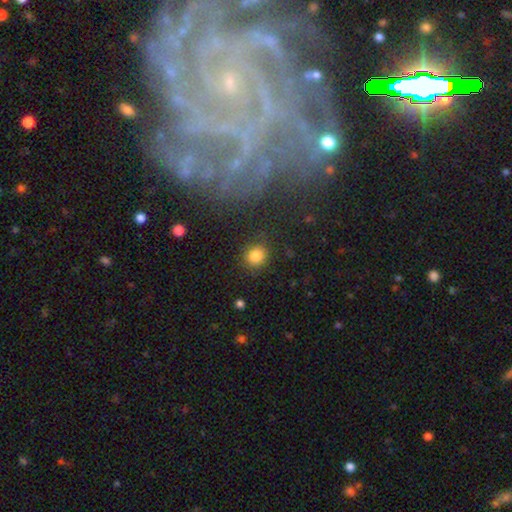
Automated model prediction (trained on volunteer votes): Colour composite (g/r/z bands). It shows a smooth galaxy with no disk features (83%) that is round (84%). Merging: none (84%).